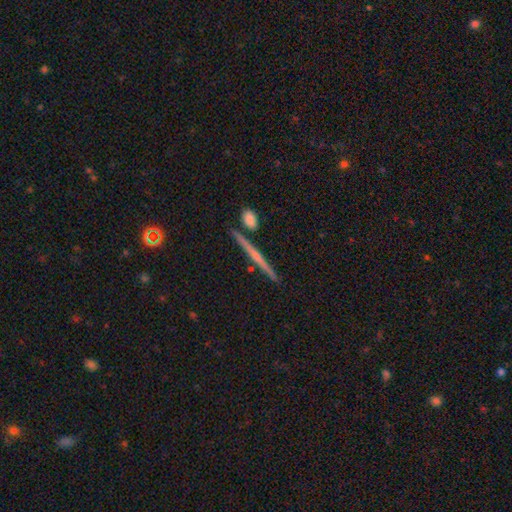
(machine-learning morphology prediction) featured or disk 65%, smooth 27%, star or artifact 8%. Down the decision tree: edge-on disk — yes (98%); edge-on bulge — none (56%); merging — none (87%).